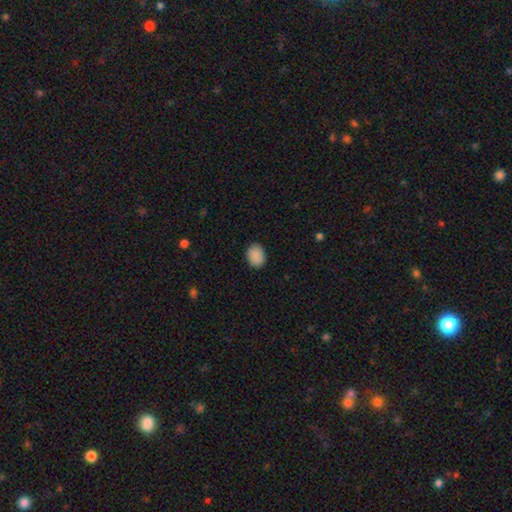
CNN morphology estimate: Smooth or featured?
  - smooth: 90% *
  - star or artifact: 8%
  - featured or disk: 3%
How rounded?
  - in between: 61% *
  - round: 38%
  - cigar-shaped: 1%
Merging?
  - none: 88% *
  - minor disturbance: 9%
  - major disturbance: 2%
  - merger: 1%